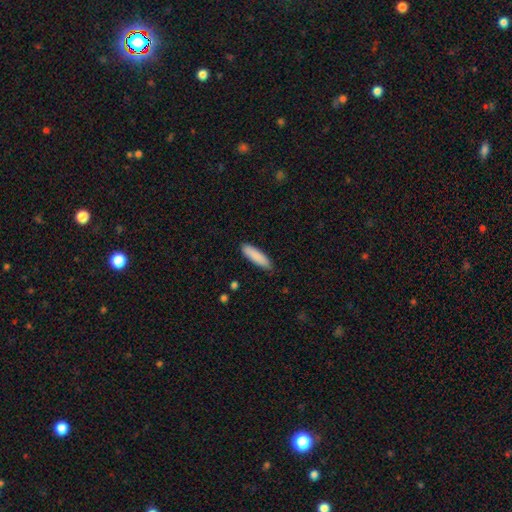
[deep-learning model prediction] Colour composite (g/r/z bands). It shows a smooth galaxy with no disk features (88%) that is cigar-shaped (66%). Merging: none (86%).